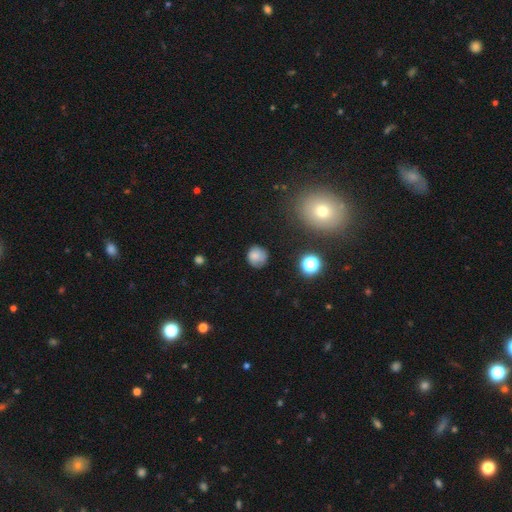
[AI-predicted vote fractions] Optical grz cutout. It shows a smooth galaxy with no disk features (75%) that is round (85%). Merging: none (69%).